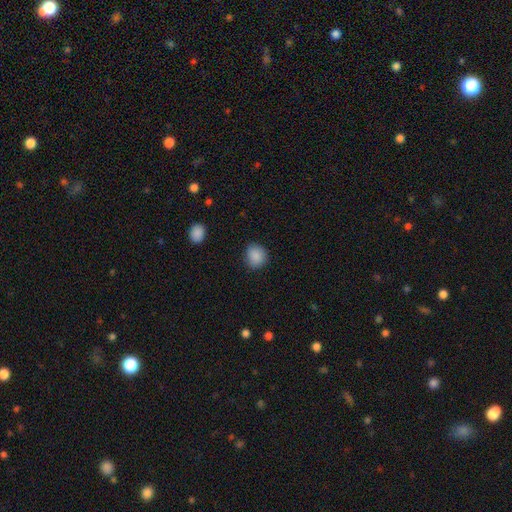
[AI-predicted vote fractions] Q: Smooth or featured?
A: smooth (88%); runner-up: star or artifact (8%)
Q: How rounded?
A: round (78%); runner-up: in between (21%)
Q: Merging?
A: none (84%); runner-up: minor disturbance (12%)